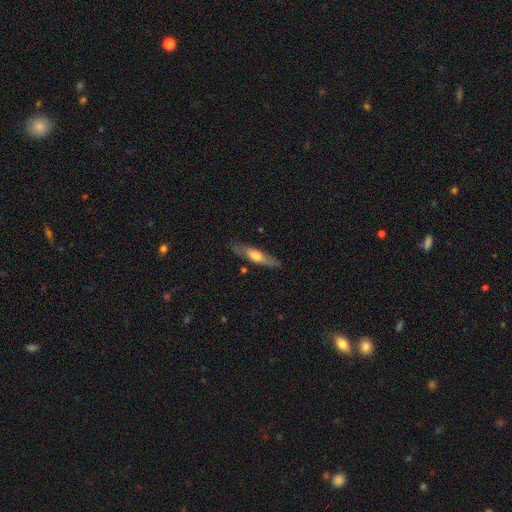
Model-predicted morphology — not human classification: type=smooth (48%); merging=none (82%).